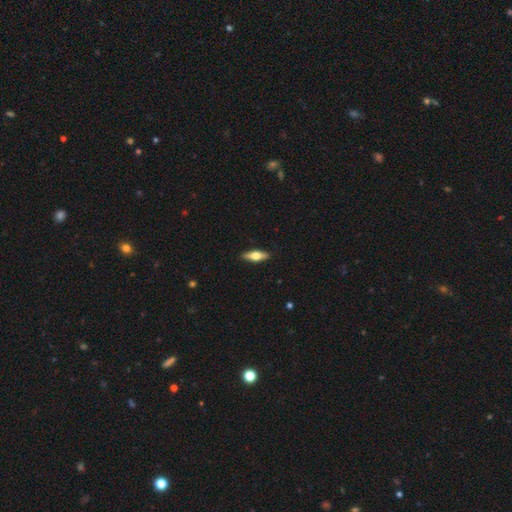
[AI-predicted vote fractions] A featured or disk galaxy (48%). Merging: none (90%).